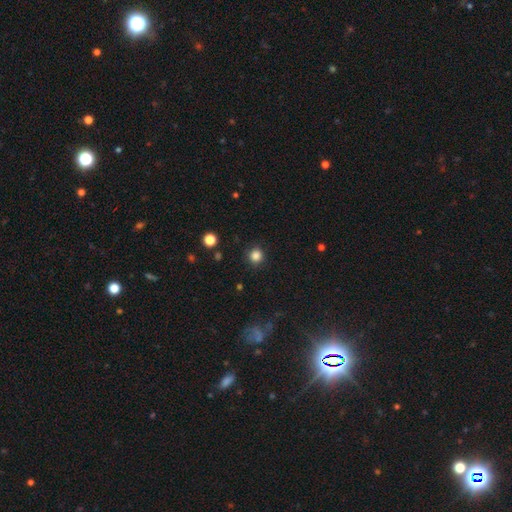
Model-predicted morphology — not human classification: This is clearly a smooth galaxy (84%). How rounded: clearly round (93%). Merging: clearly none (90%).